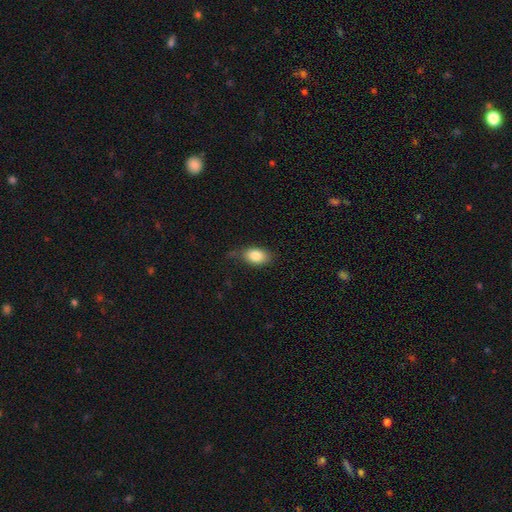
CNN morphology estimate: smooth 84%, featured or disk 8%, star or artifact 8%. Down the decision tree: how rounded — in between (86%); merging — none (70%).